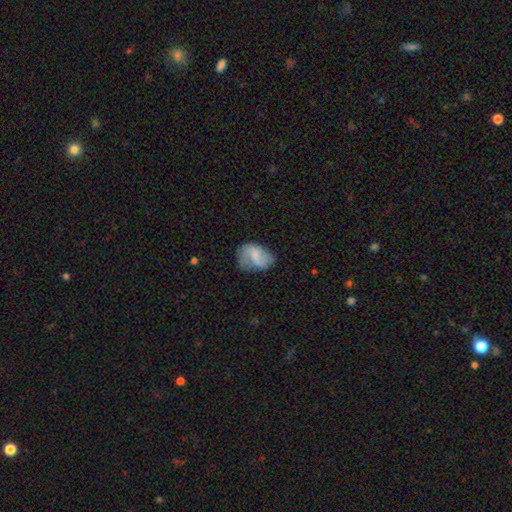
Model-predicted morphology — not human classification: This appears to be a smooth galaxy with no disk features (47%). Merging: none (45%).